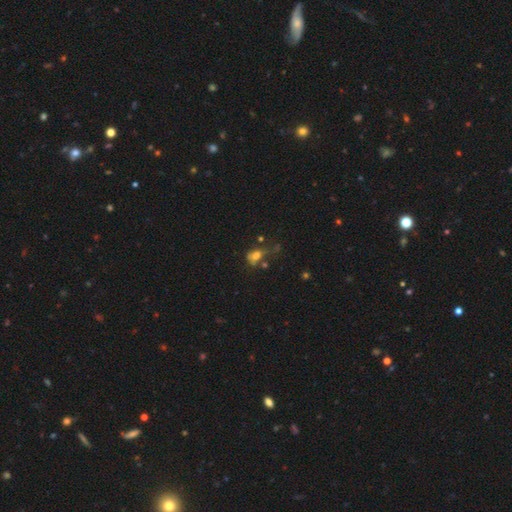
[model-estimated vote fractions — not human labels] A smooth galaxy with no disk features (61%) that is in between round and cigar-shaped (67%). Merging: major disturbance (31%).